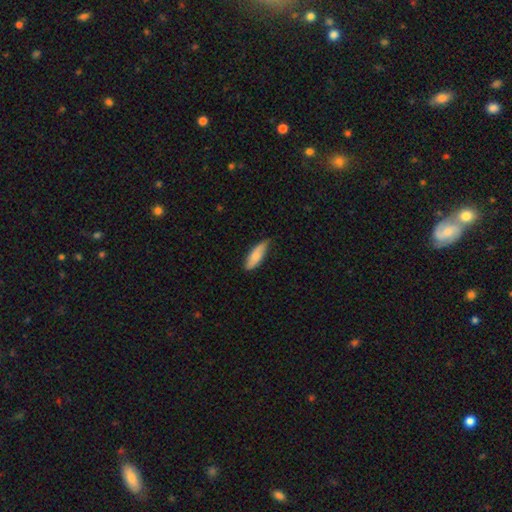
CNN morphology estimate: smooth_or_featured: smooth (p=0.74) [alt: featured or disk p=0.20]
how_rounded: in between (p=0.61) [alt: cigar-shaped p=0.37]
merging: none (p=0.70) [alt: minor disturbance p=0.26]